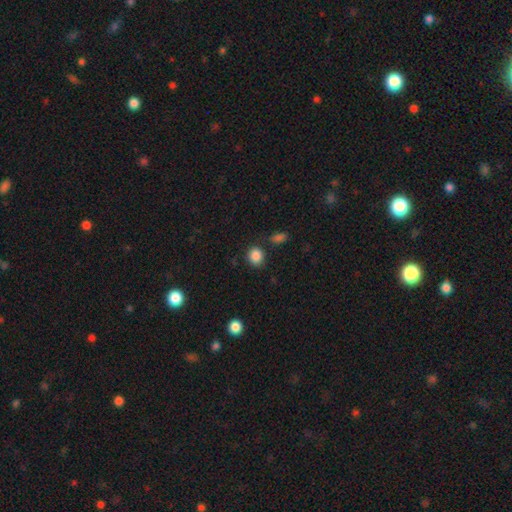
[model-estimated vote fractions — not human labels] The model was most divided on "how rounded": round: 71%, in between: 28%, cigar-shaped: 1%. More confident: smooth or featured — smooth (87%); merging — none (80%).